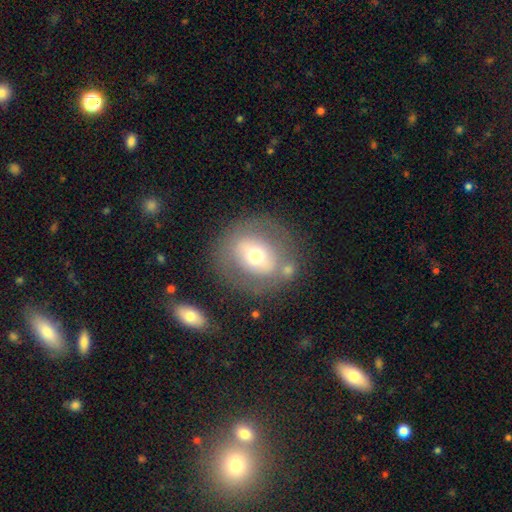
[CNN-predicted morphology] Smooth or featured? Predicted: smooth (p=0.52). How rounded? Predicted: round (p=0.77). Merging? Predicted: none (p=0.73).